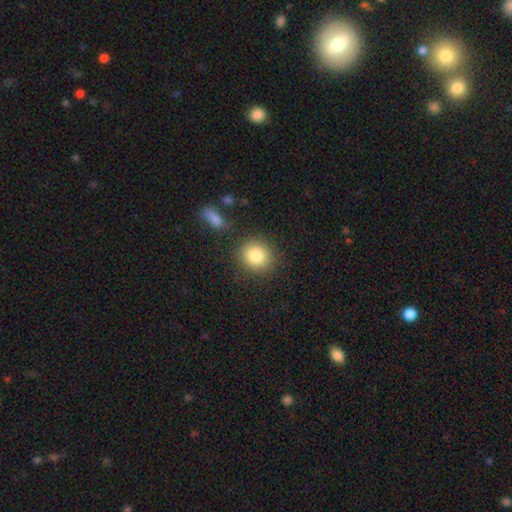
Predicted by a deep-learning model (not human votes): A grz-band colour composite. It shows a smooth galaxy with no disk features (84%) that is round (76%). Merging: none (84%).